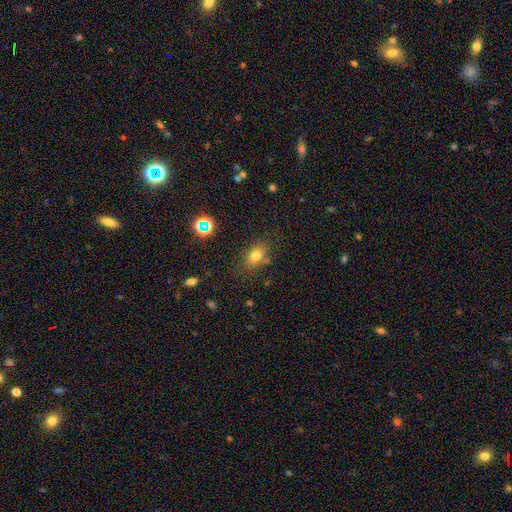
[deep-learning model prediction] A smooth galaxy with no disk features (73%) that is in between round and cigar-shaped (75%).

Vote fractions:
- Smooth or featured? smooth: 73% / star or artifact: 16% / featured or disk: 11%
- How rounded? in between: 75% / round: 23% / cigar-shaped: 3%
- Merging? none: 76% / minor disturbance: 14% / merger: 5% / major disturbance: 5%